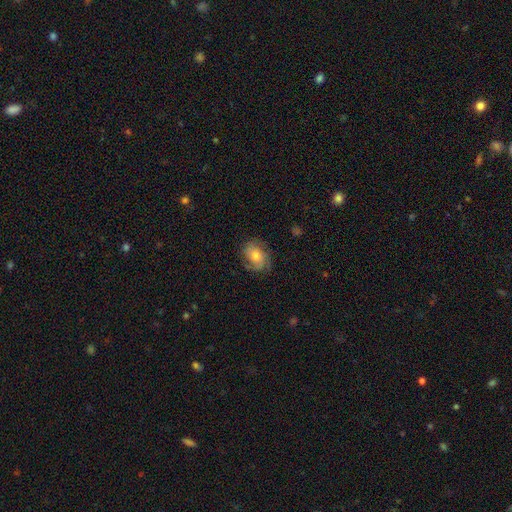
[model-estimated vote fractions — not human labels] featured or disk 51%, smooth 40%, star or artifact 9%. Down the decision tree: edge-on disk — no (96%); merging — none (70%).